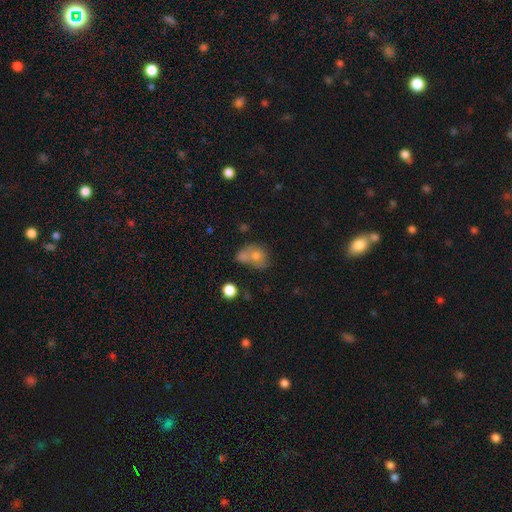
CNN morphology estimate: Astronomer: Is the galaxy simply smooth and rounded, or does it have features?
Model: smooth — 67%.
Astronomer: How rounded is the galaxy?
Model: round — 56% (runner-up: in between, 43%).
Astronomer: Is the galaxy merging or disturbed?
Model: merger — 46% (runner-up: none, 31%).